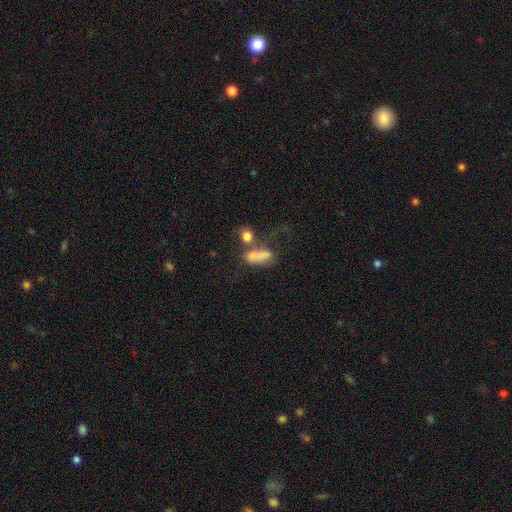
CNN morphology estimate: type=smooth (67%); roundness=in between (68%); merging=merger (41%).